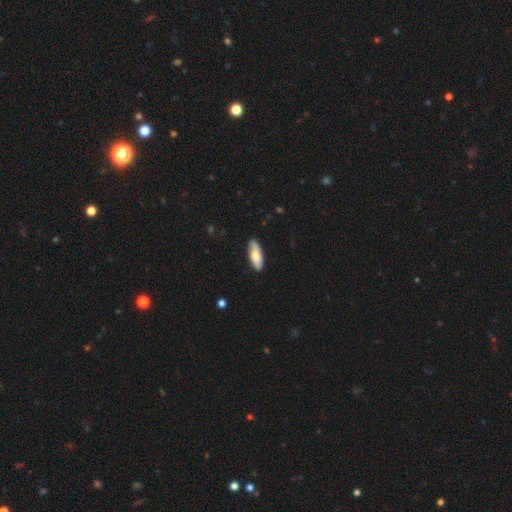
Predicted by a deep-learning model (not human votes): A smooth galaxy with no disk features (72%) that is in between round and cigar-shaped (66%). Merging: none (84%).